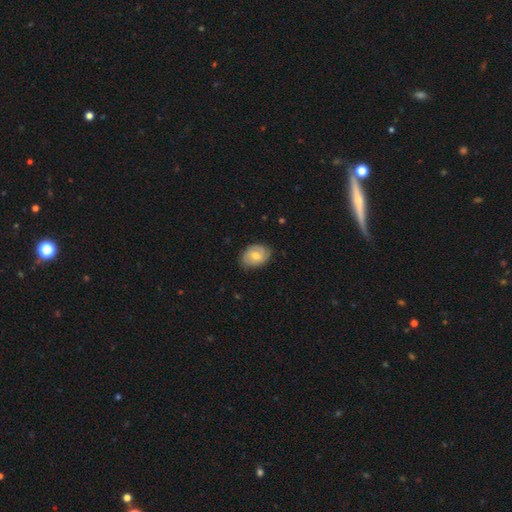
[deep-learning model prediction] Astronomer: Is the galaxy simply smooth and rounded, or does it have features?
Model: featured or disk — 47% (runner-up: smooth, 46%).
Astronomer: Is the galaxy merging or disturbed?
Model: none — 73%.